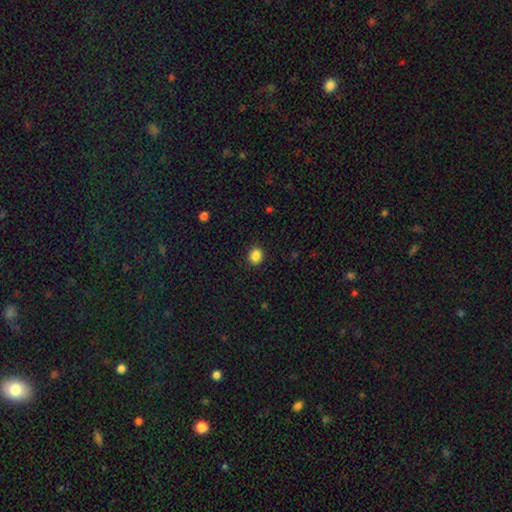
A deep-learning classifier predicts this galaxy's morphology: This is clearly a smooth galaxy (86%). How rounded: likely round (76%). Merging: clearly none (91%).